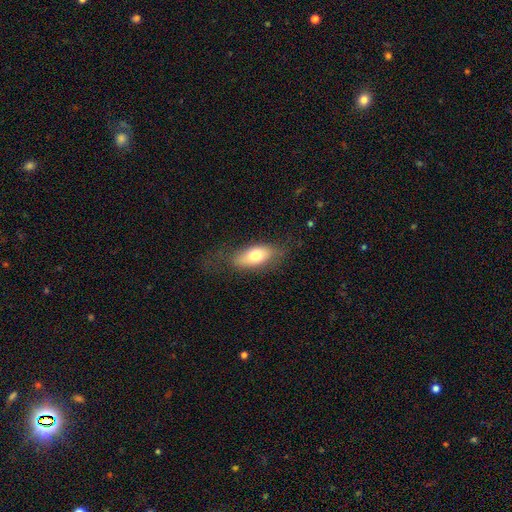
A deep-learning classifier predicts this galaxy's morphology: smooth 72%, featured or disk 21%, star or artifact 7%. Down the decision tree: how rounded — in between (86%); merging — none (66%).